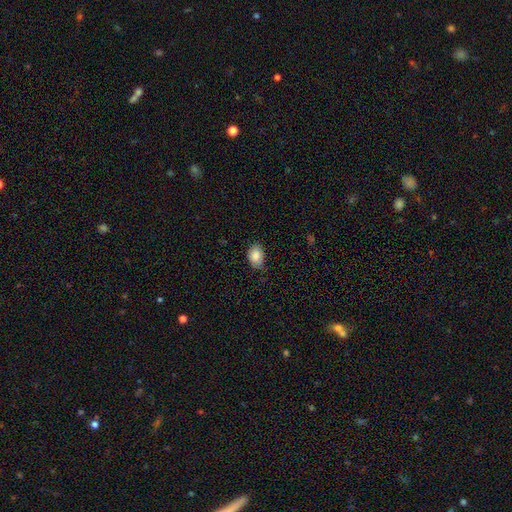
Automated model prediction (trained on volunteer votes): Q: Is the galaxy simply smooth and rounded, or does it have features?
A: smooth — 85%.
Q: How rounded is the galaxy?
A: in between — 75%.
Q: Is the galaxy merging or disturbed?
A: none — 69%.